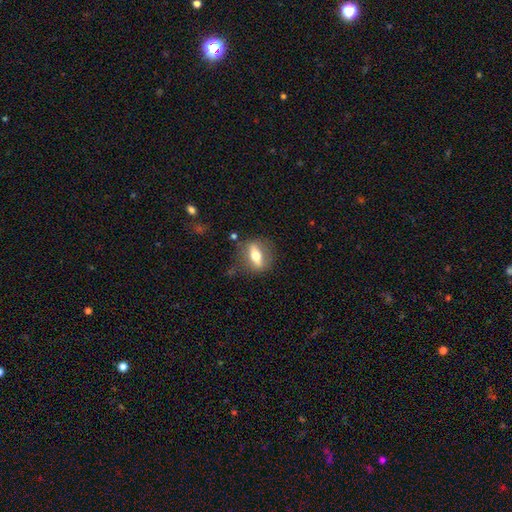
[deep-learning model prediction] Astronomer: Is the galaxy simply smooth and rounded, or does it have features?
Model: smooth — 47% (runner-up: featured or disk, 46%).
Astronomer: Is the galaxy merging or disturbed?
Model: none — 76%.